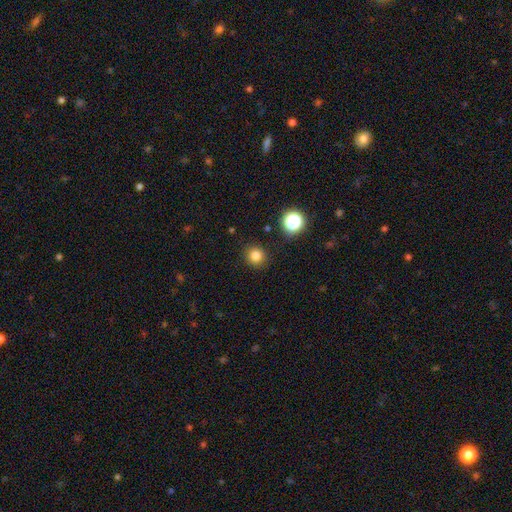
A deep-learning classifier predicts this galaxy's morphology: Smooth or featured: smooth — 81% (star or artifact — 15%)
How rounded: round — 93% (in between — 6%)
Merging: none — 90% (minor disturbance — 6%)